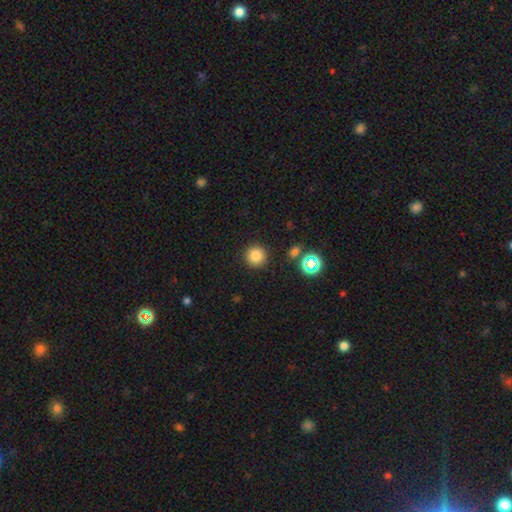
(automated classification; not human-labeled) This is clearly a smooth galaxy (81%). How rounded: clearly round (95%). Merging: clearly none (90%).